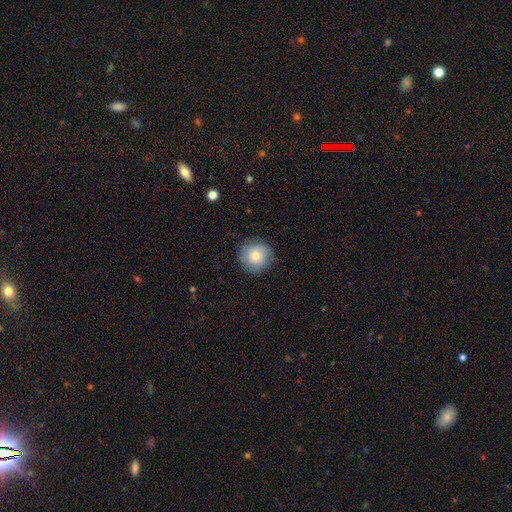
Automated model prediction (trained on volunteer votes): This appears to be a smooth galaxy with no disk features (73%) that is round (93%). Merging: none (85%).